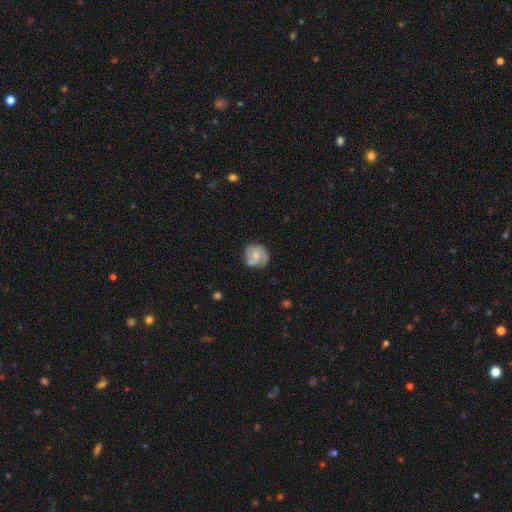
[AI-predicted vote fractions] Smooth or featured: featured or disk — 65% (smooth — 29%)
Edge-on disk: no — 98% (yes — 2%)
Bar: no — 75% (weak — 21%)
Spiral arms: yes — 87% (no — 13%)
Spiral winding: tight — 45% (medium — 41%)
Spiral arm count: 3 — 35% (2 — 34%)
Bulge size: small — 48% (moderate — 46%)
Merging: none — 60% (minor disturbance — 26%)